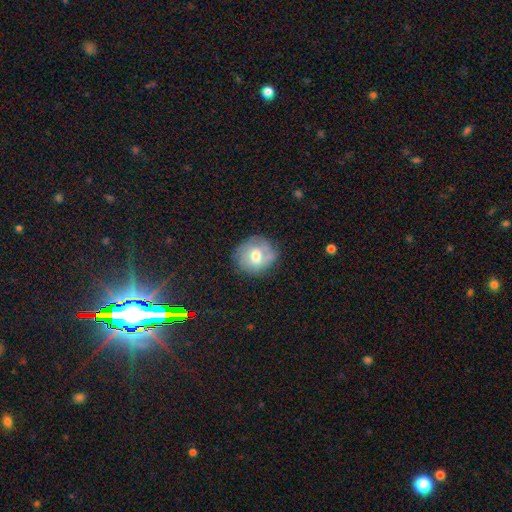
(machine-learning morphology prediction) type=smooth (54%); roundness=round (78%); merging=none (66%).